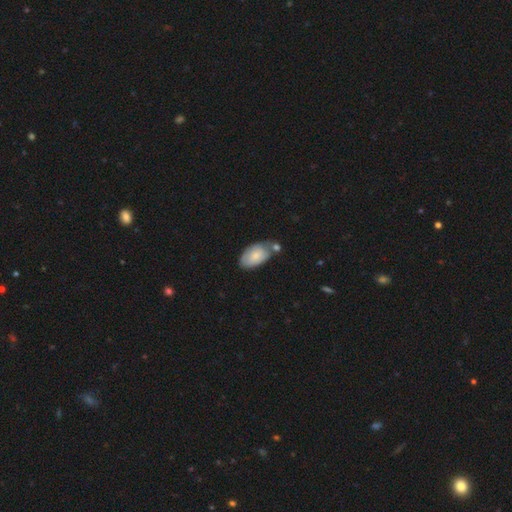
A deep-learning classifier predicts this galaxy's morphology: smooth_or_featured: smooth (p=0.74) [alt: featured or disk p=0.20]
how_rounded: in between (p=0.94) [alt: round p=0.04]
merging: none (p=0.50) [alt: minor disturbance p=0.24]